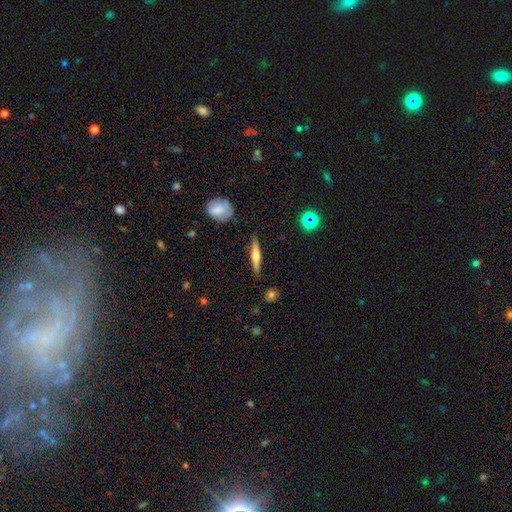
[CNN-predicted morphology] A featured or disk galaxy (51%) viewed edge-on (95%).

Vote fractions:
- Smooth or featured? featured or disk: 51% / smooth: 42% / star or artifact: 6%
- Edge-on disk? yes: 95% / no: 5%
- Merging? none: 88% / minor disturbance: 8% / major disturbance: 2% / merger: 2%